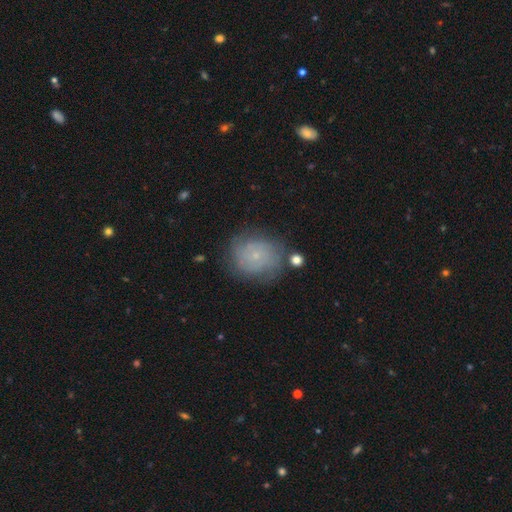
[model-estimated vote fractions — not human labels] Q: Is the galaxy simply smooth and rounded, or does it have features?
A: featured or disk — 47%.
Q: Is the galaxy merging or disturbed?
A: none — 69%.